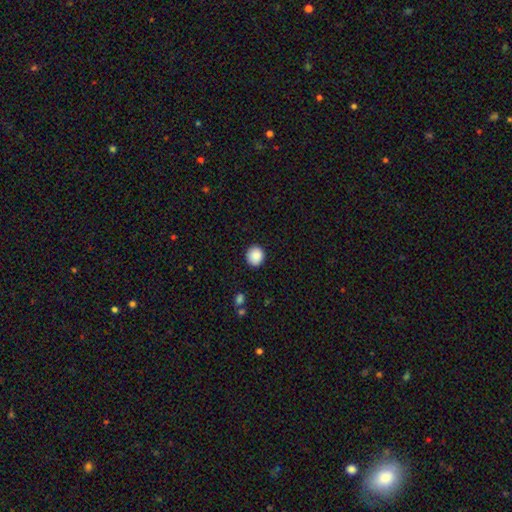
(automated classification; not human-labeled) A smooth galaxy with no disk features (89%) that is round (84%).

Vote fractions:
- Smooth or featured? smooth: 89% / star or artifact: 8% / featured or disk: 3%
- How rounded? round: 84% / in between: 15% / cigar-shaped: 1%
- Merging? none: 90% / minor disturbance: 7% / major disturbance: 2% / merger: 1%